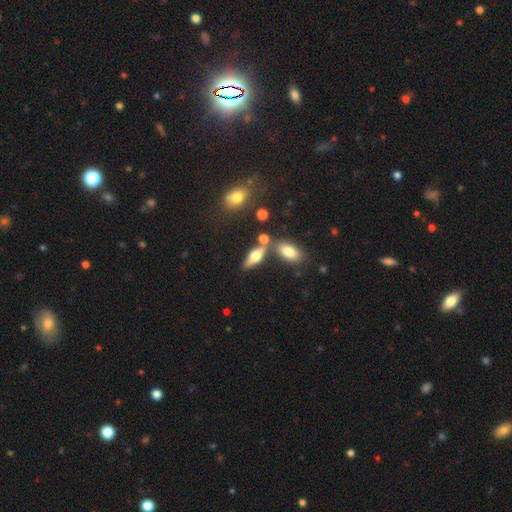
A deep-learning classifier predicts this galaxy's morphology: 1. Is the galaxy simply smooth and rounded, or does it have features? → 50% featured or disk, 42% smooth, 9% star or artifact.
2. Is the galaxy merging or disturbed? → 65% none, 19% merger, 12% minor disturbance, 4% major disturbance.